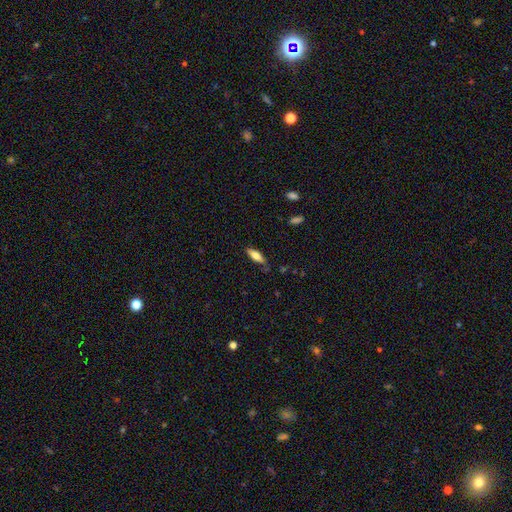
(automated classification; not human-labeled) Q: Smooth or featured?
A: smooth (65%); runner-up: featured or disk (28%)
Q: How rounded?
A: in between (54%); runner-up: cigar-shaped (44%)
Q: Merging?
A: none (77%); runner-up: minor disturbance (17%)